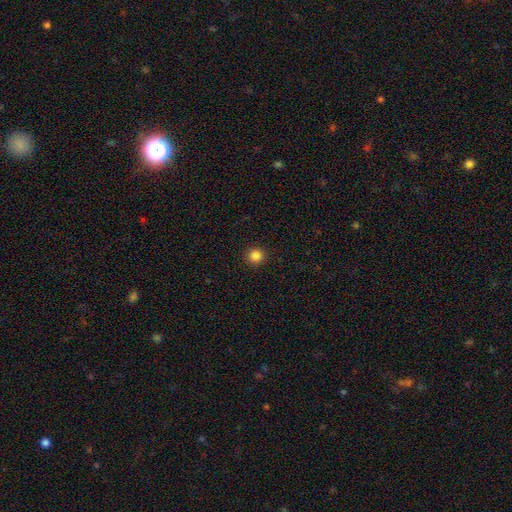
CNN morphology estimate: Overall: smooth (85%). How rounded: round (94%). Merging: none (93%).